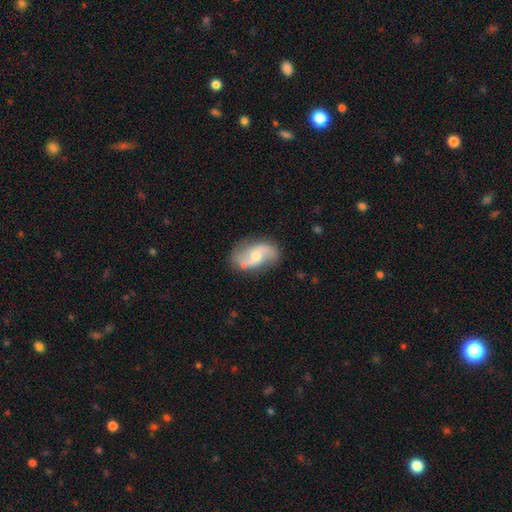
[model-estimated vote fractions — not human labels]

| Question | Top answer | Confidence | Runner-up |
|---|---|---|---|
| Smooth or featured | featured or disk | 78% | smooth (16%) |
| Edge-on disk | no | 97% | yes (3%) |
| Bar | no | 52% | weak (40%) |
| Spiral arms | yes | 94% | no (6%) |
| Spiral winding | loose | 61% | medium (31%) |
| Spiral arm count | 2 | 91% | can't tell (4%) |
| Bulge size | moderate | 56% | small (36%) |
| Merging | none | 75% | minor disturbance (17%) |